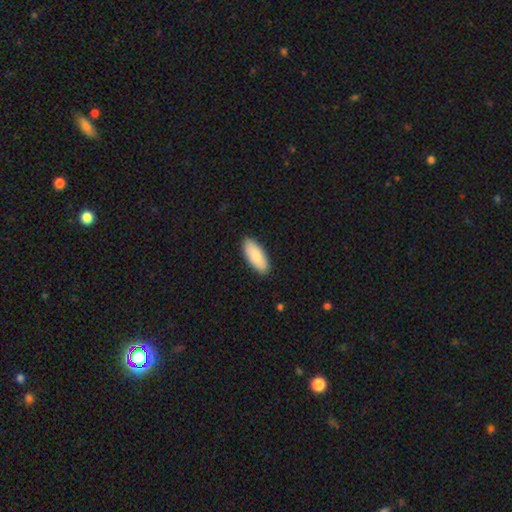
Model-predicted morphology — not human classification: smooth-or-featured: smooth: 86% | featured or disk: 8% | star or artifact: 5%
  how-rounded: in between: 83% | cigar-shaped: 16% | round: 2%
  merging: none: 90% | minor disturbance: 8% | major disturbance: 2% | merger: 1%